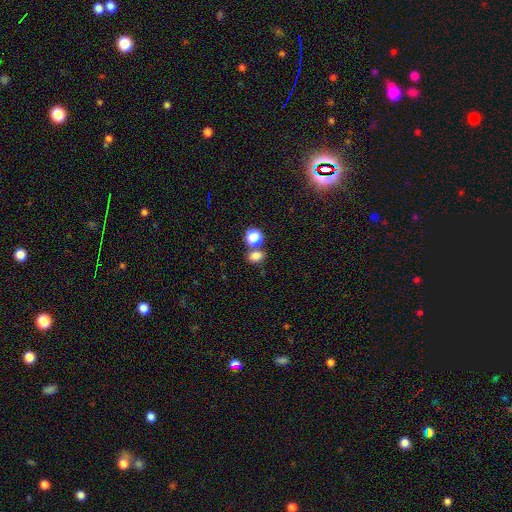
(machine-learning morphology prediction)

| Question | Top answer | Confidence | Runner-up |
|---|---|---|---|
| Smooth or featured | smooth | 79% | star or artifact (15%) |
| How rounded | in between | 57% | round (42%) |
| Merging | none | 61% | merger (25%) |